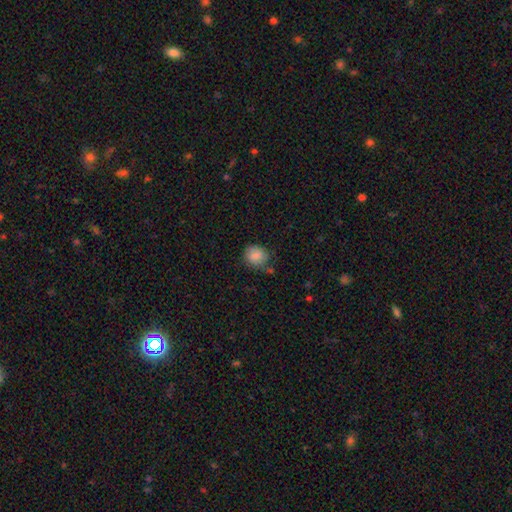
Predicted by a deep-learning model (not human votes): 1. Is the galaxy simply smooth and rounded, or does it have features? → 83% smooth, 9% featured or disk, 8% star or artifact.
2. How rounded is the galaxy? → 69% round, 30% in between, 1% cigar-shaped.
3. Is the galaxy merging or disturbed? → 67% none, 23% minor disturbance, 6% major disturbance, 4% merger.